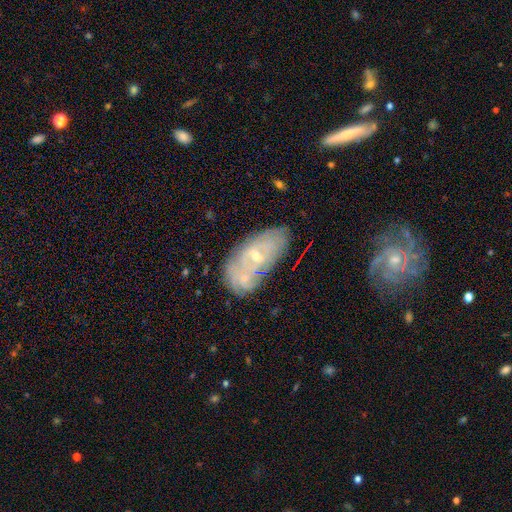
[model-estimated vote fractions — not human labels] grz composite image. It shows a featured or disk galaxy (65%) with no bar (60%), spiral arms (58%) and a small central bulge (64%). Merging: none (51%).